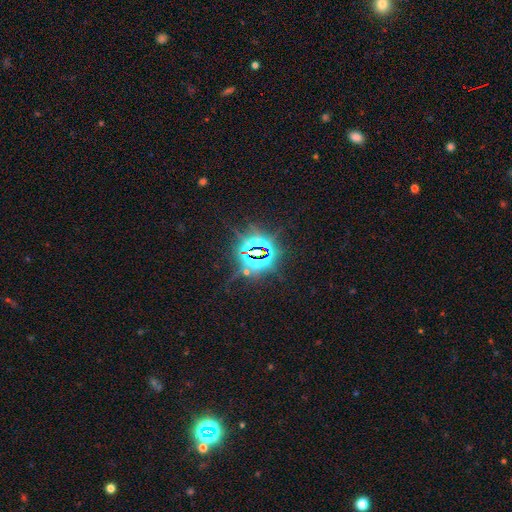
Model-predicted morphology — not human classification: This appears to be a star or artifact, not a galaxy (85%).